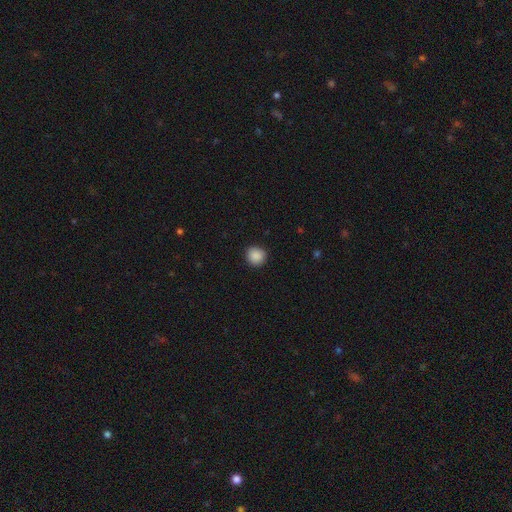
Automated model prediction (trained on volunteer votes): smooth-or-featured: smooth: 89% | star or artifact: 9% | featured or disk: 2%
  how-rounded: round: 92% | in between: 7% | cigar-shaped: 1%
  merging: none: 90% | minor disturbance: 7% | major disturbance: 2% | merger: 1%